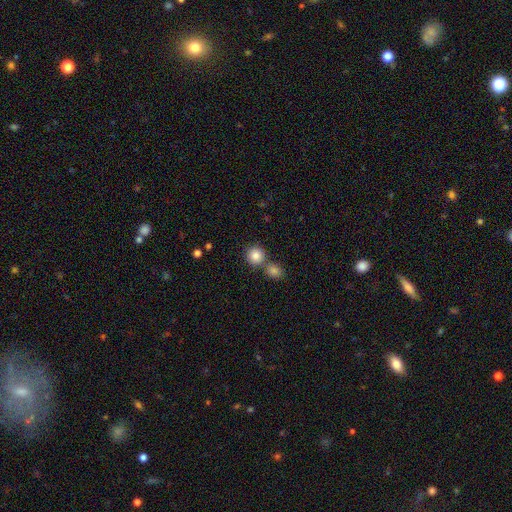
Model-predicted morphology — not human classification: Q: Smooth or featured?
A: smooth (85%); runner-up: star or artifact (10%)
Q: How rounded?
A: round (91%); runner-up: in between (8%)
Q: Merging?
A: none (63%); runner-up: merger (28%)